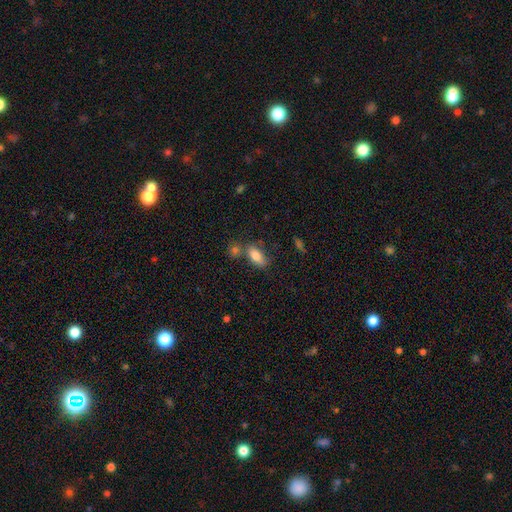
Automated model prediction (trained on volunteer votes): smooth 81%, featured or disk 11%, star or artifact 8%. Down the decision tree: how rounded — in between (84%); merging — none (61%).